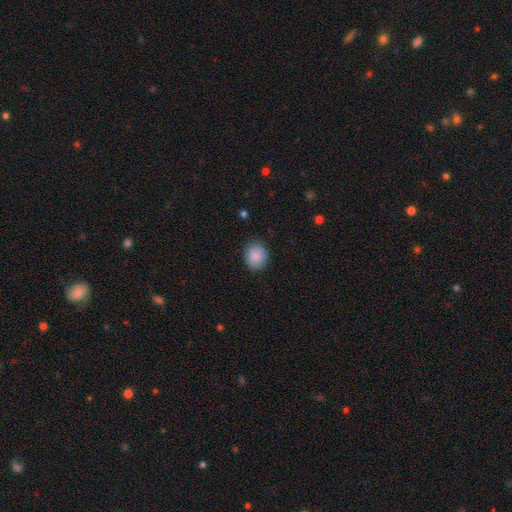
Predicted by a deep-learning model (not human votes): Smooth or featured? Predicted: smooth (p=0.88). How rounded? Predicted: round (p=0.73). Merging? Predicted: none (p=0.87).